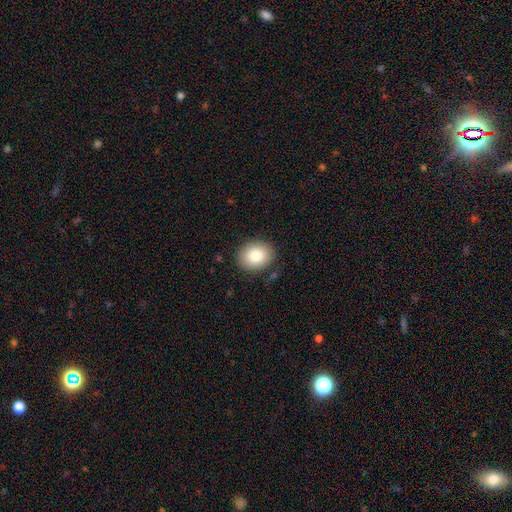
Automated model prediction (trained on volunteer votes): Smooth or featured? Predicted: smooth (p=0.85). How rounded? Predicted: round (p=0.54). Merging? Predicted: none (p=0.85).